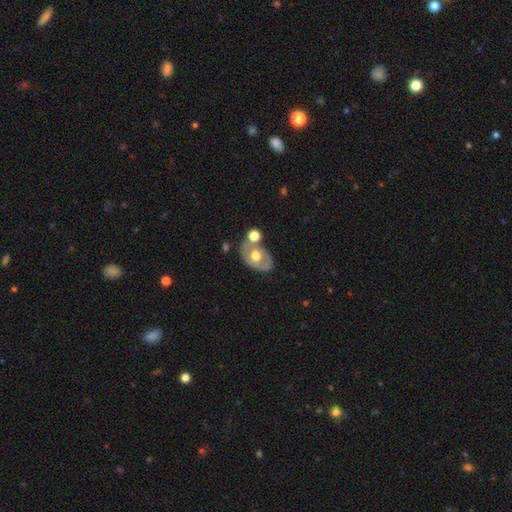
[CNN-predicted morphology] Overall: featured or disk (51%; smooth 42%). Edge-on disk: no (91%). Merging: none (52%; merger 24%).